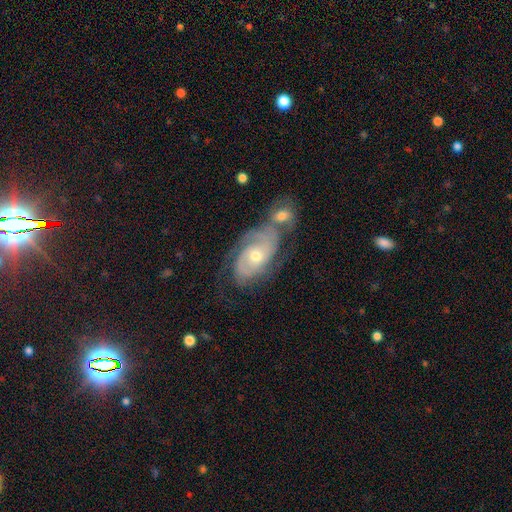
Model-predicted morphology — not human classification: Overall: featured or disk (84%). Edge-on disk: no (96%). Bar: no (72%). Spiral arms: yes (95%). Spiral arm count: 2 (50%; can't tell 23%). Spiral winding: tight (66%; medium 27%). Bulge size: moderate (57%; small 40%). Merging: none (42%; merger 32%).